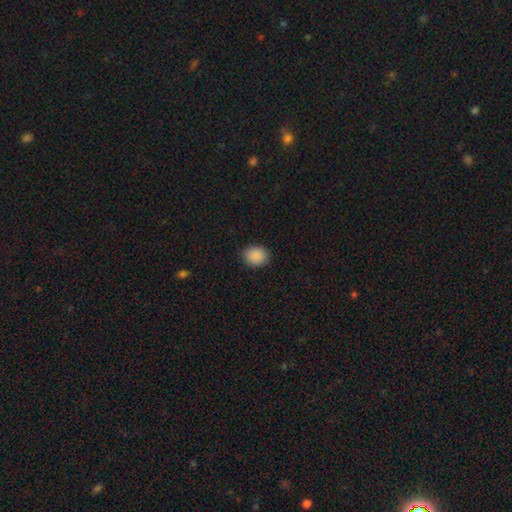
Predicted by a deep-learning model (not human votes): A smooth galaxy with no disk features (89%) that is round (53%).

Vote fractions:
- Smooth or featured? smooth: 89% / star or artifact: 8% / featured or disk: 3%
- How rounded? round: 53% / in between: 46% / cigar-shaped: 1%
- Merging? none: 88% / minor disturbance: 9% / major disturbance: 2% / merger: 1%